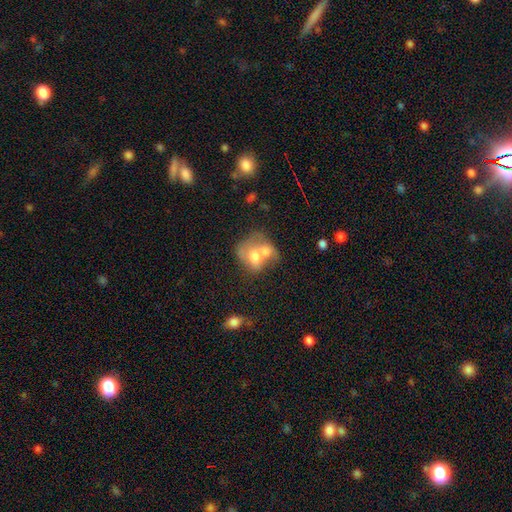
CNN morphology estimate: smooth-or-featured: smooth: 58% | featured or disk: 34% | star or artifact: 8%
  how-rounded: in between: 50% | round: 49% | cigar-shaped: 1%
  merging: merger: 73% | none: 13% | major disturbance: 7% | minor disturbance: 7%